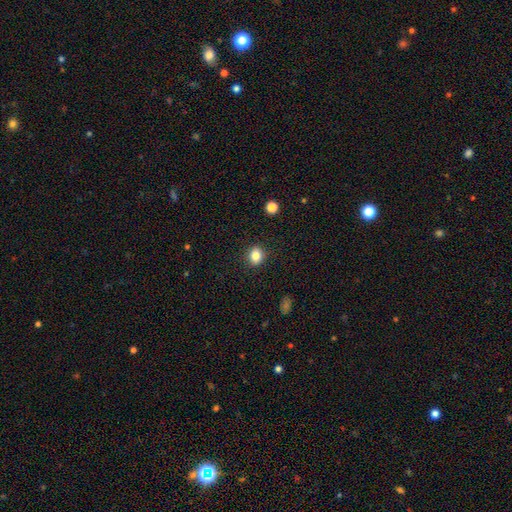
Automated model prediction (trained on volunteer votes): This is clearly a smooth galaxy (84%). How rounded: possibly round (50%). Merging: clearly none (89%).